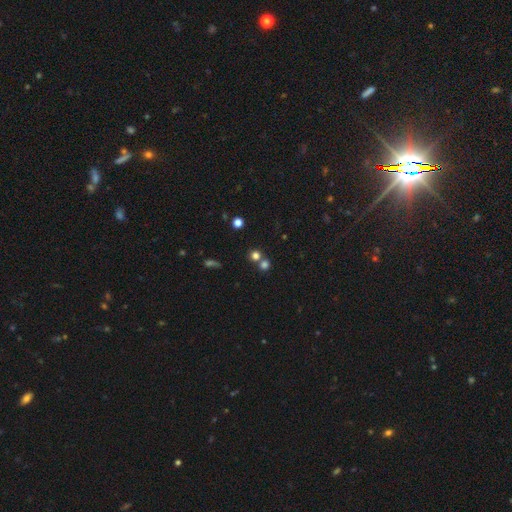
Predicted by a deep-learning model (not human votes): A smooth galaxy with no disk features (74%) that is round (88%).

Vote fractions:
- Smooth or featured? smooth: 74% / star or artifact: 18% / featured or disk: 8%
- How rounded? round: 88% / in between: 11% / cigar-shaped: 1%
- Merging? none: 59% / merger: 31% / minor disturbance: 6% / major disturbance: 3%